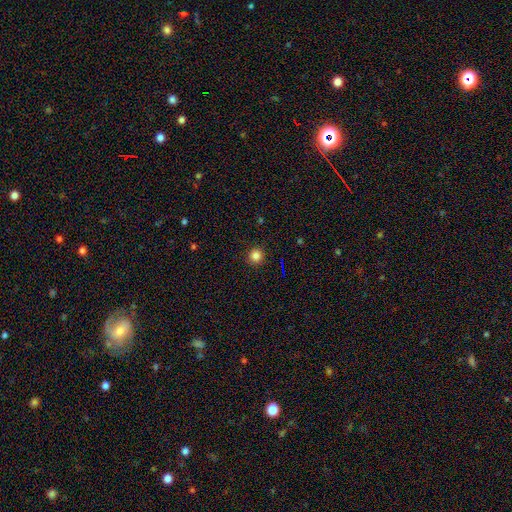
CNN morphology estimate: Smooth or featured: smooth — 83% (star or artifact — 13%)
How rounded: round — 95% (in between — 4%)
Merging: none — 92% (minor disturbance — 5%)